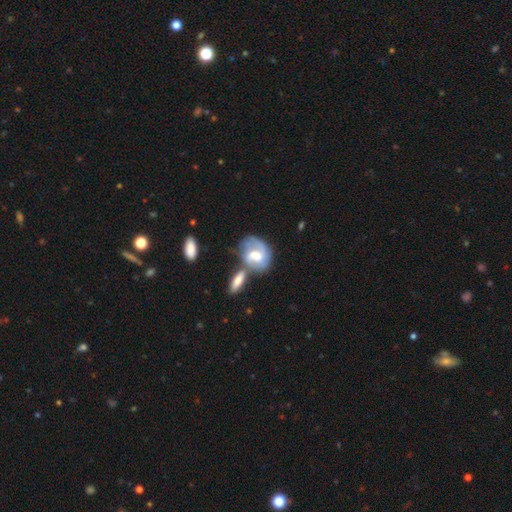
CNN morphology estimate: A featured or disk galaxy (66%) with a weak bar (49%), 2 (59%) medium (42%) spiral arms (82%) and a moderate central bulge (51%). Merging: none (38%).